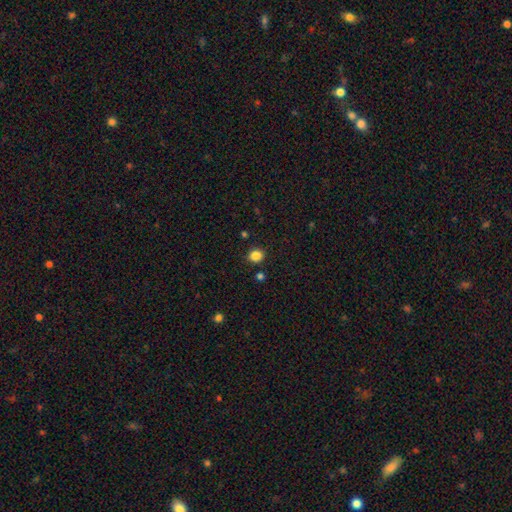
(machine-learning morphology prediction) type=smooth (85%); roundness=round (76%); merging=none (89%).